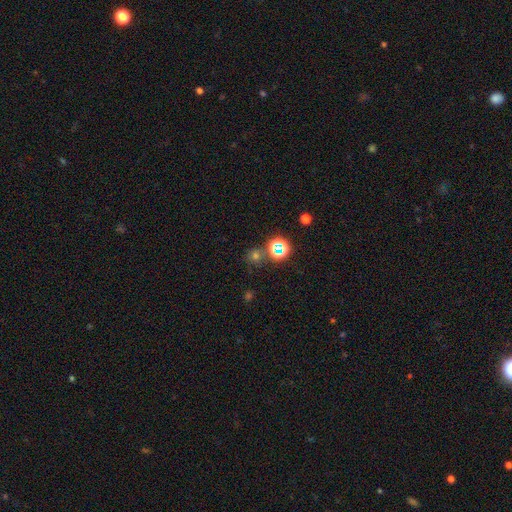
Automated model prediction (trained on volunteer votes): This is possibly a smooth galaxy (55%). How rounded: clearly round (89%). Merging: likely none (76%).